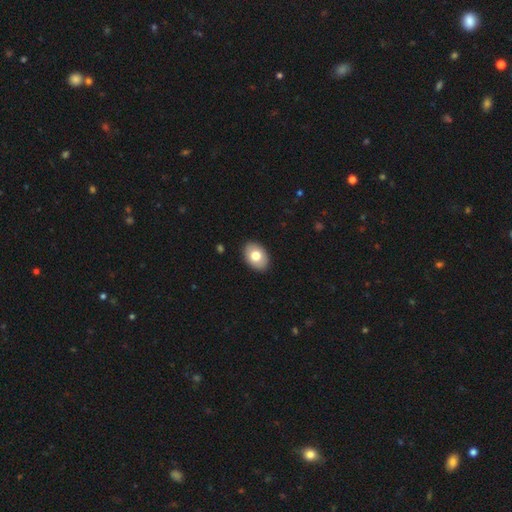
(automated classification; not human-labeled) This appears to be a smooth galaxy with no disk features (76%) that is in between round and cigar-shaped (83%). Merging: none (90%).